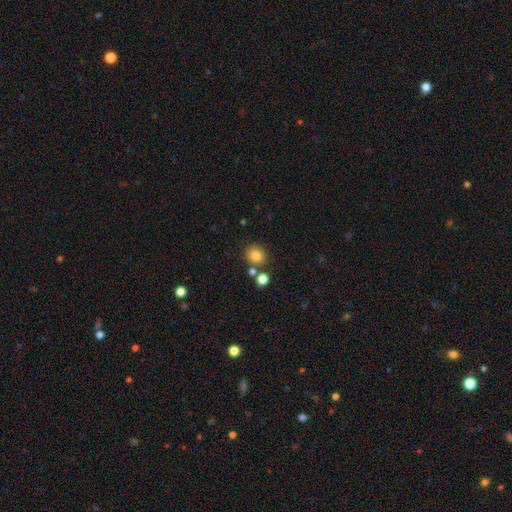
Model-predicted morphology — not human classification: Smooth or featured? Predicted: smooth (p=0.82). How rounded? Predicted: round (p=0.81). Merging? Predicted: none (p=0.76).